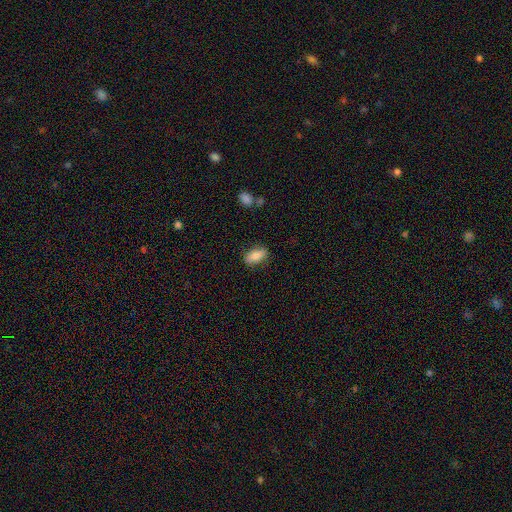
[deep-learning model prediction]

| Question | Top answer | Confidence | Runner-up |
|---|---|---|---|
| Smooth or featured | smooth | 81% | featured or disk (12%) |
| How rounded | in between | 86% | cigar-shaped (10%) |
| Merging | none | 81% | minor disturbance (14%) |